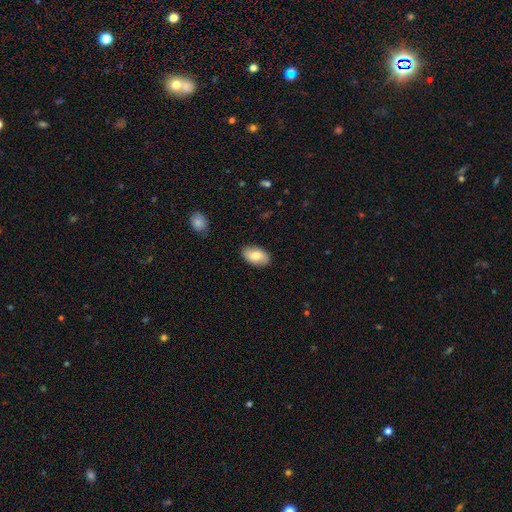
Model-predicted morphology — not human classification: A smooth galaxy with no disk features (76%) that is in between round and cigar-shaped (94%). Merging: none (86%).